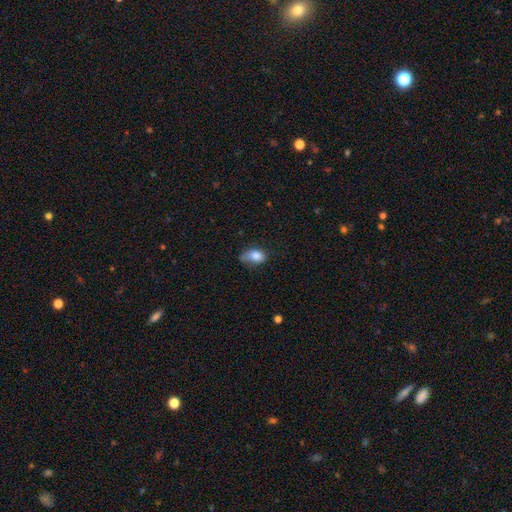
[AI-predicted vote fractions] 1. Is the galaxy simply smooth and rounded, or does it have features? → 82% smooth, 9% featured or disk, 8% star or artifact.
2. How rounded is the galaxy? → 82% in between, 16% round, 2% cigar-shaped.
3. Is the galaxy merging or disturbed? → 42% minor disturbance, 40% none, 14% major disturbance, 4% merger.